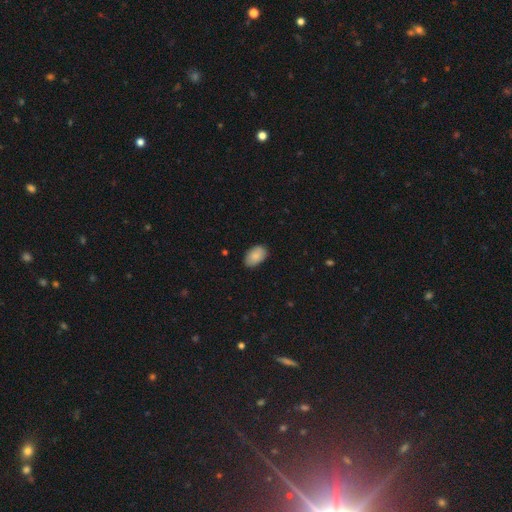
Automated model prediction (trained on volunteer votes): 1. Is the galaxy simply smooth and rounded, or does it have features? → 88% smooth, 6% star or artifact, 6% featured or disk.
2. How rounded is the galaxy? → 93% in between, 6% round, 1% cigar-shaped.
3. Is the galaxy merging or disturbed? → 85% none, 12% minor disturbance, 2% major disturbance, 1% merger.